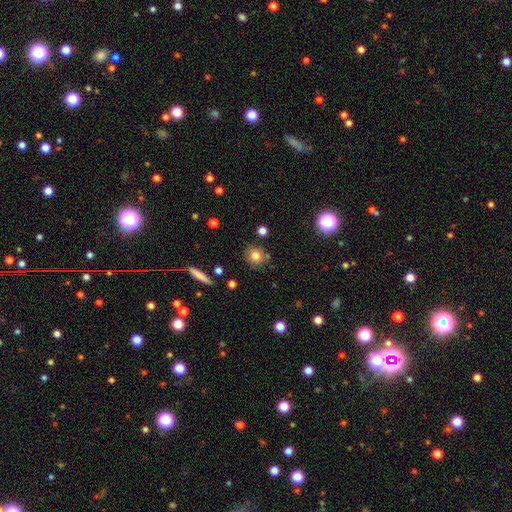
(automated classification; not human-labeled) Smooth or featured: smooth — 79% (star or artifact — 11%)
How rounded: round — 86% (in between — 13%)
Merging: none — 82% (minor disturbance — 10%)